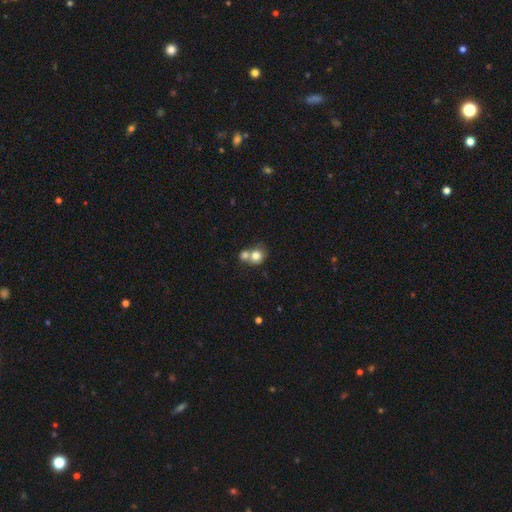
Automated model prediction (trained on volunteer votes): A smooth galaxy with no disk features (77%) that is round (72%). Merging: merger (57%).